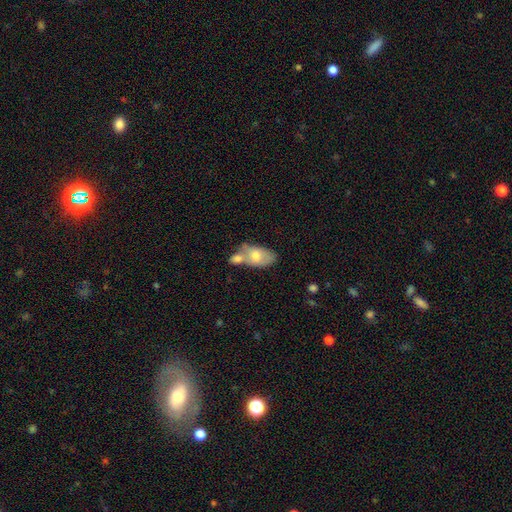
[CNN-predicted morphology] Overall: smooth (64%; featured or disk 29%). How rounded: in between (91%). Merging: merger (54%; none 27%).